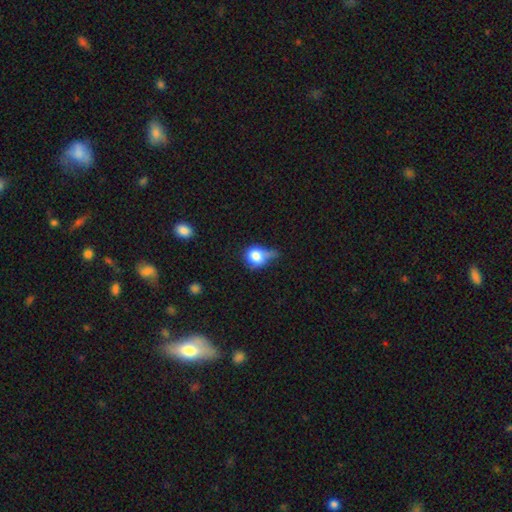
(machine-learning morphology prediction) A smooth galaxy with no disk features (76%) that is round (69%).

Vote fractions:
- Smooth or featured? smooth: 76% / featured or disk: 15% / star or artifact: 10%
- How rounded? round: 69% / in between: 30% / cigar-shaped: 2%
- Merging? minor disturbance: 37% / none: 29% / major disturbance: 23% / merger: 12%